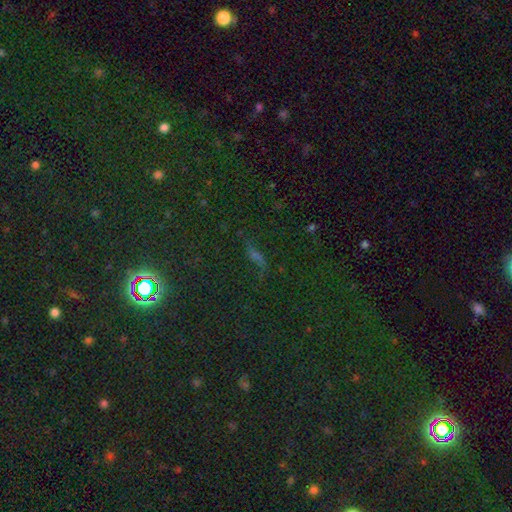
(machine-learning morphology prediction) type=star or artifact (45%).